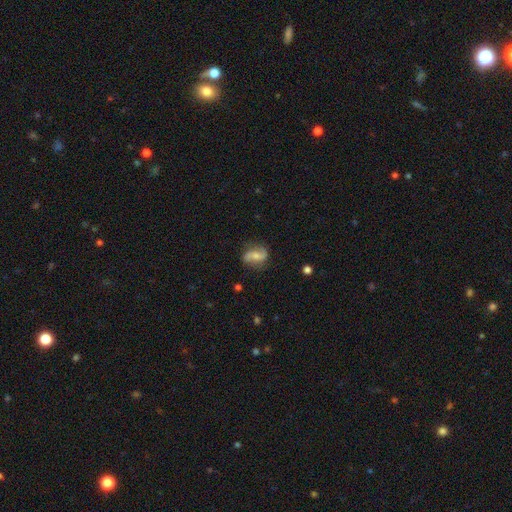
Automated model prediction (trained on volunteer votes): A featured or disk galaxy (67%) with no bar (43%), 2 (90%) loose (66%) spiral arms (90%) and a small central bulge (45%).

Vote fractions:
- Smooth or featured? featured or disk: 67% / smooth: 26% / star or artifact: 8%
- Edge-on disk? no: 95% / yes: 5%
- Bar? no: 43% / weak: 33% / strong: 24%
- Spiral arms? yes: 90% / no: 10%
- Spiral winding? loose: 66% / medium: 24% / tight: 10%
- Spiral arm count? 2: 90% / can't tell: 4% / 1: 2% / 3: 1% / 4: 1% / more than 4: 1%
- Bulge size? small: 45% / moderate: 44% / none: 6% / large: 3% / dominant: 1%
- Merging? none: 75% / minor disturbance: 17% / major disturbance: 6% / merger: 2%